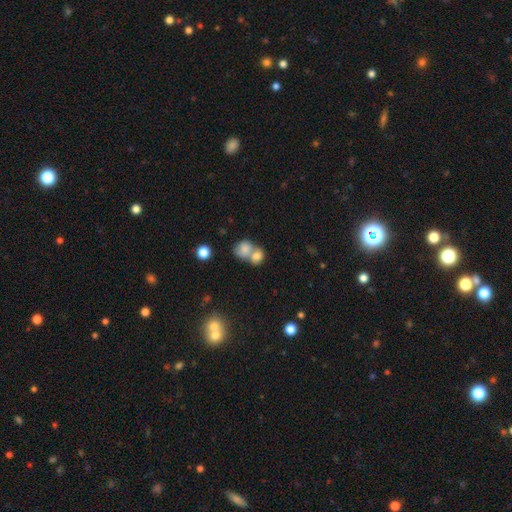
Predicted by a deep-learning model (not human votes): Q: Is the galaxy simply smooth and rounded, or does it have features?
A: smooth — 77%.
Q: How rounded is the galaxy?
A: round — 56%.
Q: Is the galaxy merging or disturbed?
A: merger — 66%.